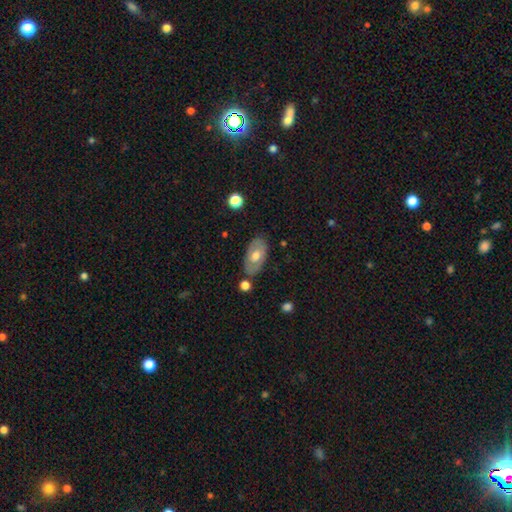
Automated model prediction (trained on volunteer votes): A smooth galaxy with no disk features (54%) that is in between round and cigar-shaped (92%). Merging: none (77%).